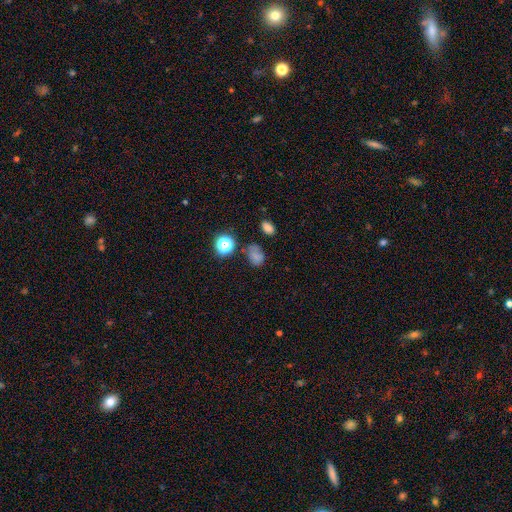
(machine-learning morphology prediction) This appears to be a smooth galaxy with no disk features (68%) that is in between round and cigar-shaped (69%). Merging: none (61%).